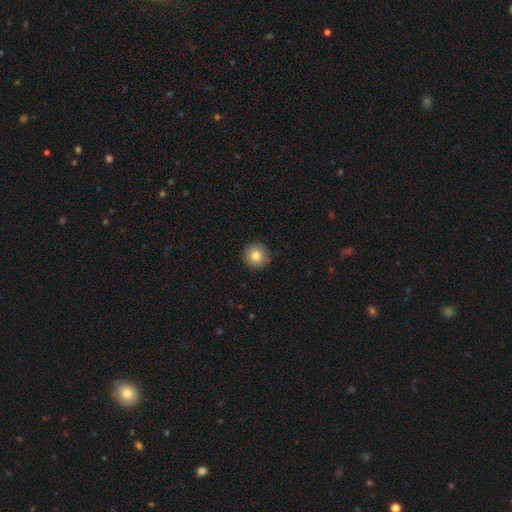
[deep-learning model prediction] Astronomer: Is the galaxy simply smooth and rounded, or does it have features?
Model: smooth — 81%.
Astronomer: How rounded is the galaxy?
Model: round — 96%.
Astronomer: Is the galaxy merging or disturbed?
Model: none — 91%.